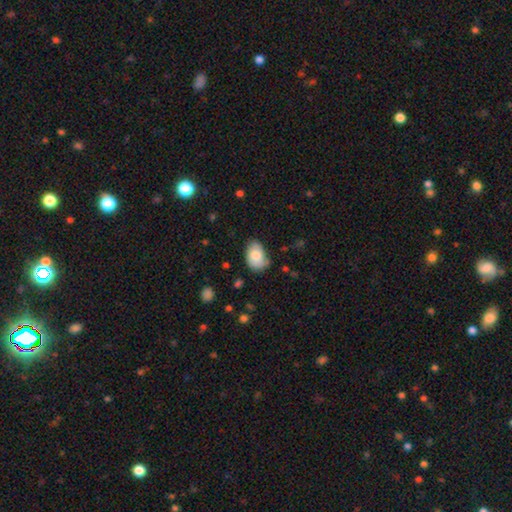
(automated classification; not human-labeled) Smooth or featured: smooth — 79% (featured or disk — 14%)
How rounded: in between — 86% (round — 13%)
Merging: none — 65% (minor disturbance — 27%)